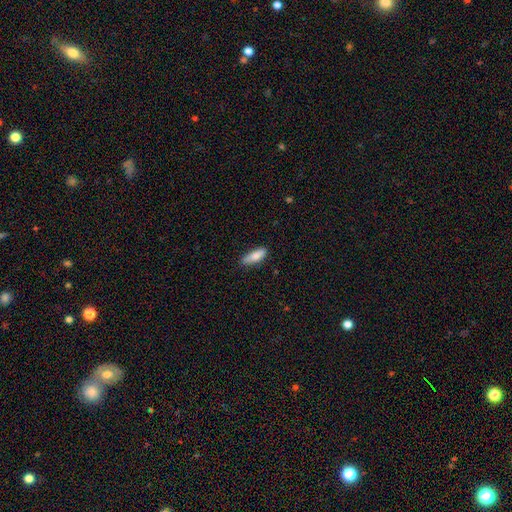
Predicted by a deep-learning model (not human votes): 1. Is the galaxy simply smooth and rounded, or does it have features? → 83% smooth, 11% featured or disk, 6% star or artifact.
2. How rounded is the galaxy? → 57% in between, 41% cigar-shaped, 2% round.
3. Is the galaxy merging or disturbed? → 75% none, 21% minor disturbance, 3% major disturbance, 2% merger.